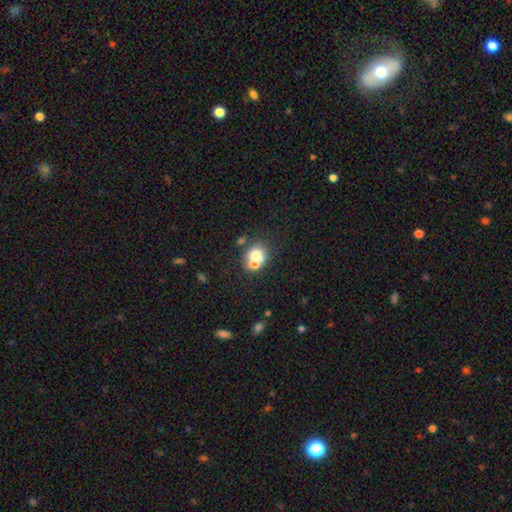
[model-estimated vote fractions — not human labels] smooth 67%, featured or disk 21%, star or artifact 12%. Down the decision tree: how rounded — round (69%); merging — merger (48%).